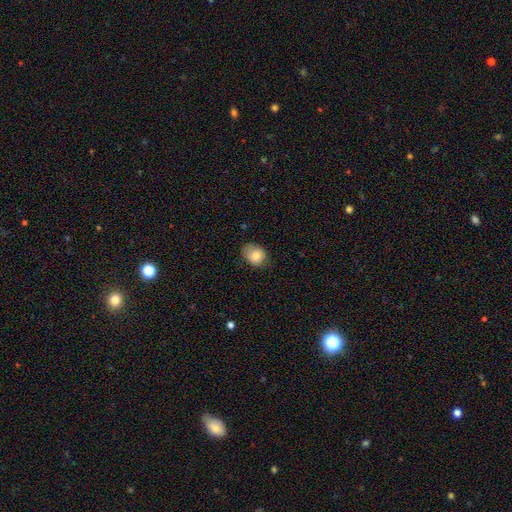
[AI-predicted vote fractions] This is clearly a smooth galaxy (80%). How rounded: possibly in between (59%). Merging: likely none (65%).